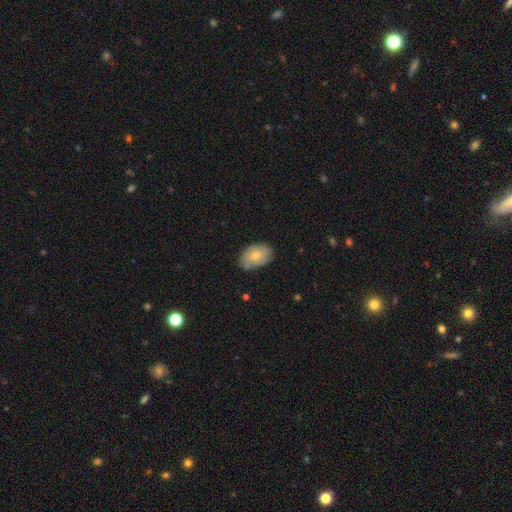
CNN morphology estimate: Smooth or featured: smooth — 65% (featured or disk — 28%)
How rounded: in between — 88% (round — 11%)
Merging: none — 72% (minor disturbance — 23%)